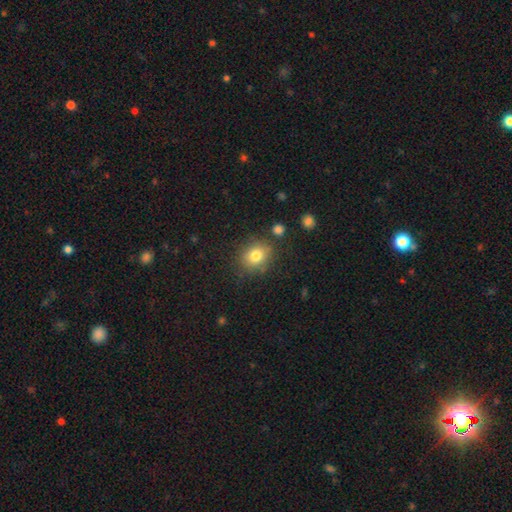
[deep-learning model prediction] The model was most divided on "how rounded": round: 65%, in between: 34%, cigar-shaped: 1%. More confident: merging — none (80%); smooth or featured — smooth (79%).